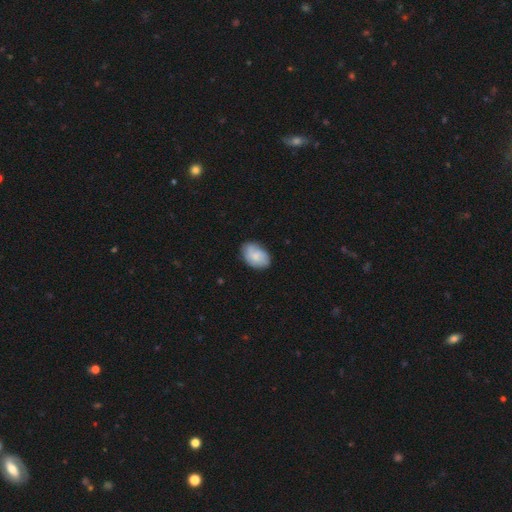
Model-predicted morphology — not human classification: The model was most divided on "smooth or featured": smooth: 66%, featured or disk: 27%, star or artifact: 7%. More confident: how rounded — in between (84%); merging — none (74%).